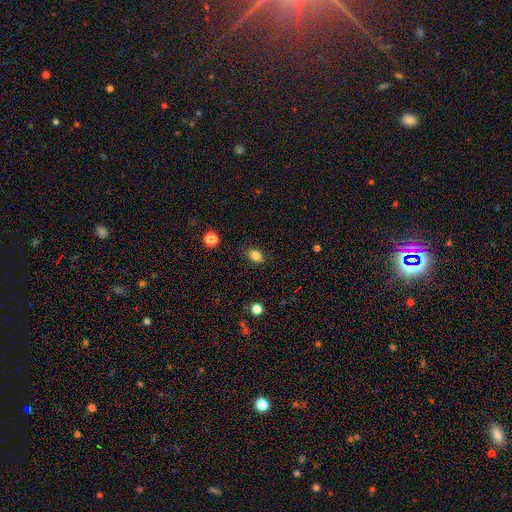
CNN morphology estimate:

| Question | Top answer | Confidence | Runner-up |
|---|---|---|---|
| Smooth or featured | smooth | 84% | star or artifact (12%) |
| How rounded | in between | 64% | round (34%) |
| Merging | none | 87% | minor disturbance (9%) |